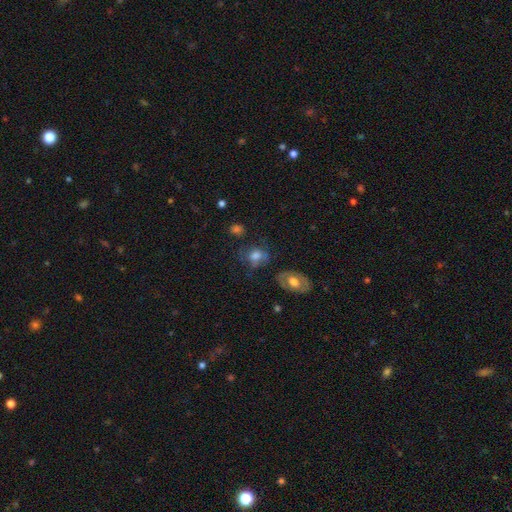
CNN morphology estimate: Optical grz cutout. It shows a smooth galaxy with no disk features (66%) that is in between round and cigar-shaped (50%). Merging: none (54%).